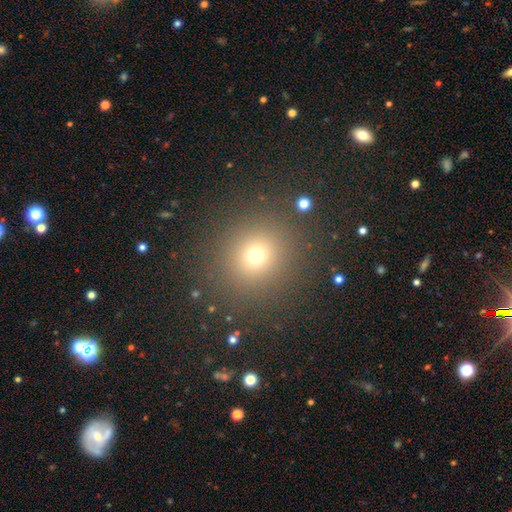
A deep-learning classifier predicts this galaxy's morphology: This is likely a smooth galaxy (69%). How rounded: clearly round (90%). Merging: clearly none (88%).